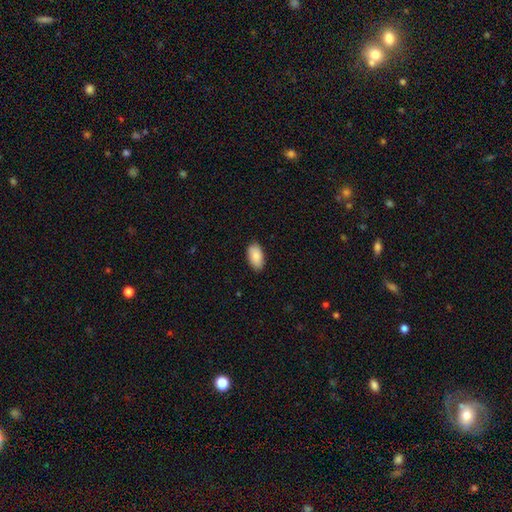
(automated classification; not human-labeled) smooth_or_featured: smooth (p=0.88) [alt: star or artifact p=0.06]
how_rounded: in between (p=0.95) [alt: round p=0.03]
merging: none (p=0.86) [alt: minor disturbance p=0.11]